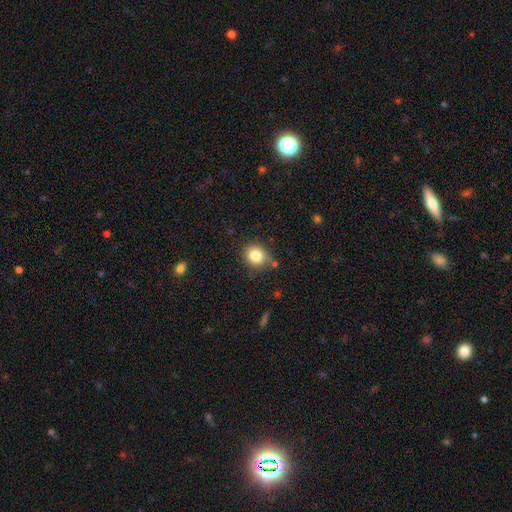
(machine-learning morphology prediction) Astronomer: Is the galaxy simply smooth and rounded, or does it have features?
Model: smooth — 83%.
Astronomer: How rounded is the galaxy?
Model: round — 70%.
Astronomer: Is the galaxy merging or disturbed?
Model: none — 75%.